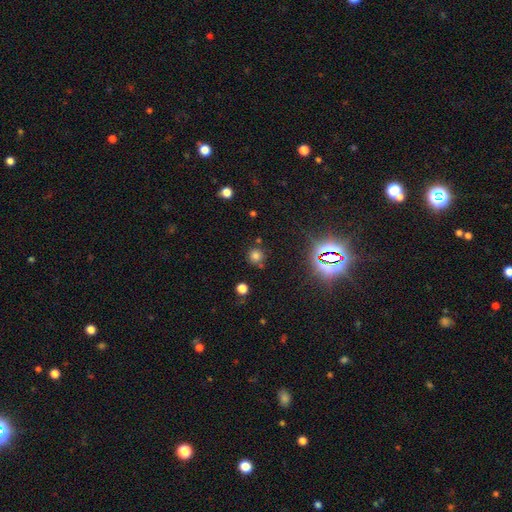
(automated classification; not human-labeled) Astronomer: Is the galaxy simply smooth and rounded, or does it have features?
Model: smooth — 70%.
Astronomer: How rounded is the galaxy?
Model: round — 92%.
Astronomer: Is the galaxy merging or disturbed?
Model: none — 79%.